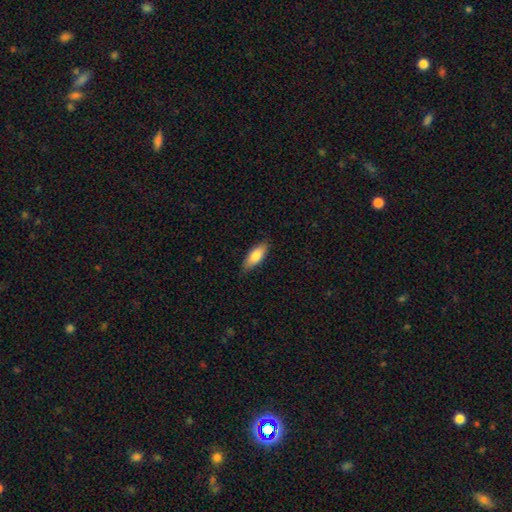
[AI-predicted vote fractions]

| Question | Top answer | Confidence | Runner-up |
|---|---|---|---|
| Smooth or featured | smooth | 81% | featured or disk (13%) |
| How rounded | in between | 73% | cigar-shaped (25%) |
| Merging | none | 82% | minor disturbance (15%) |